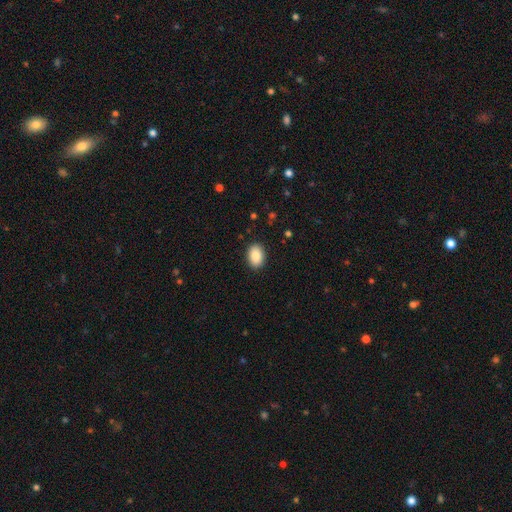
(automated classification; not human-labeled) Smooth or featured? Predicted: smooth (p=0.88). How rounded? Predicted: in between (p=0.85). Merging? Predicted: none (p=0.89).